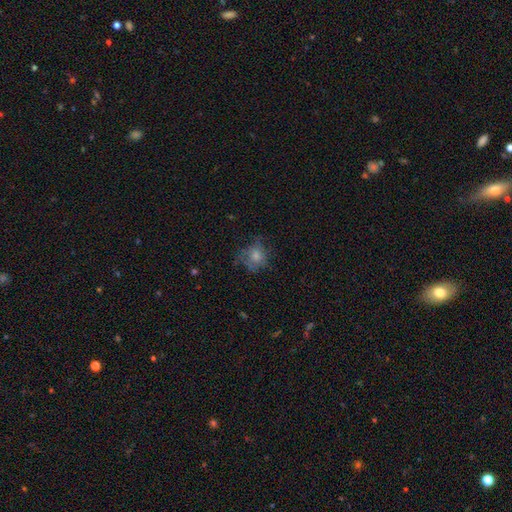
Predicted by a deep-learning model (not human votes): This is likely a smooth galaxy (67%). How rounded: likely round (73%). Merging: possibly none (53%).